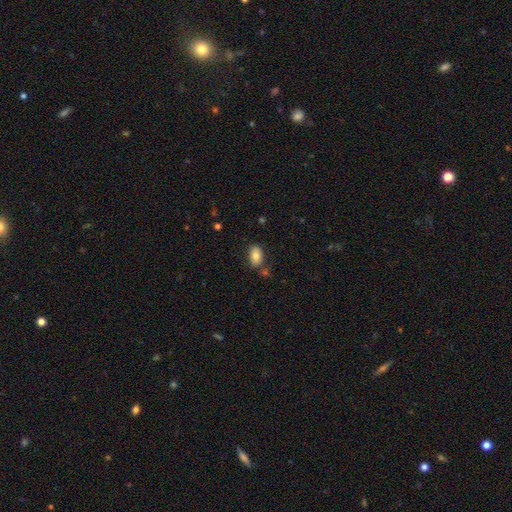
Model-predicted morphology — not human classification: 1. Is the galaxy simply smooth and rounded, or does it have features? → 81% smooth, 11% featured or disk, 8% star or artifact.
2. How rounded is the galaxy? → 91% in between, 7% round, 2% cigar-shaped.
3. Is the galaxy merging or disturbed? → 77% none, 13% minor disturbance, 7% merger, 3% major disturbance.